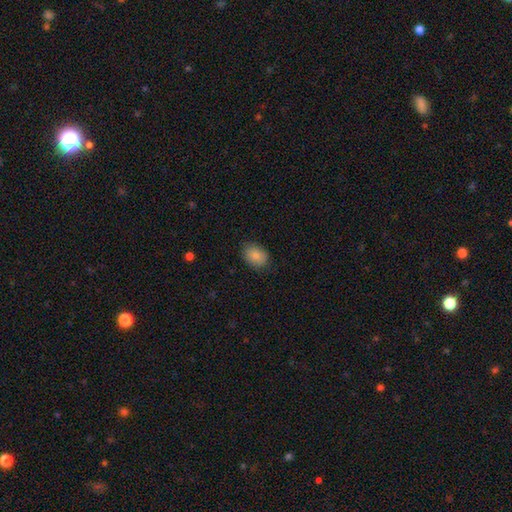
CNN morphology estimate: smooth-or-featured: smooth: 86% | star or artifact: 8% | featured or disk: 6%
  how-rounded: in between: 65% | round: 34% | cigar-shaped: 1%
  merging: none: 83% | minor disturbance: 13% | major disturbance: 3% | merger: 1%